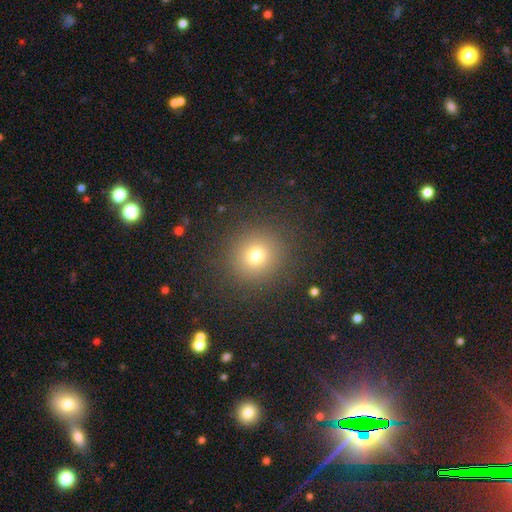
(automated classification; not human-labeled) The model was most divided on "smooth or featured": smooth: 74%, star or artifact: 17%, featured or disk: 9%. More confident: how rounded — round (91%); merging — none (88%).